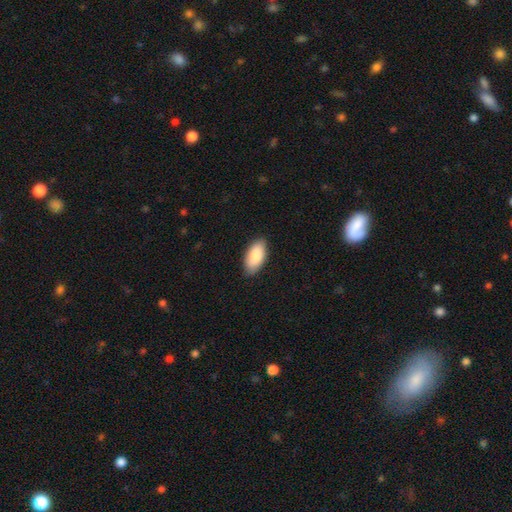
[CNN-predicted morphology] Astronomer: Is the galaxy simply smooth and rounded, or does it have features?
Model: smooth — 87%.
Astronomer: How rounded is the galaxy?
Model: in between — 93%.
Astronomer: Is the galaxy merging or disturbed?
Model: none — 86%.